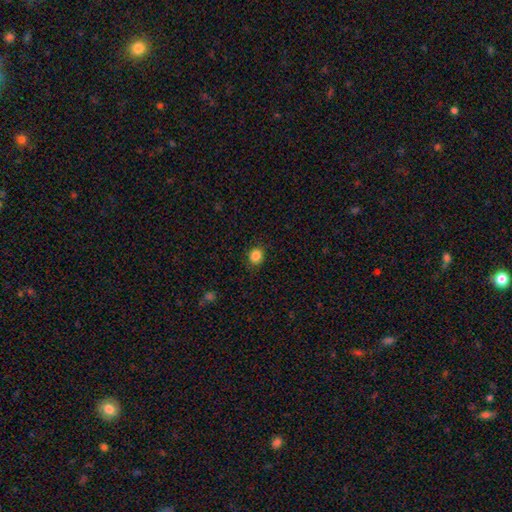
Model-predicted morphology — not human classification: The model was most divided on "how rounded": round: 74%, in between: 25%, cigar-shaped: 1%. More confident: merging — none (89%); smooth or featured — smooth (85%).